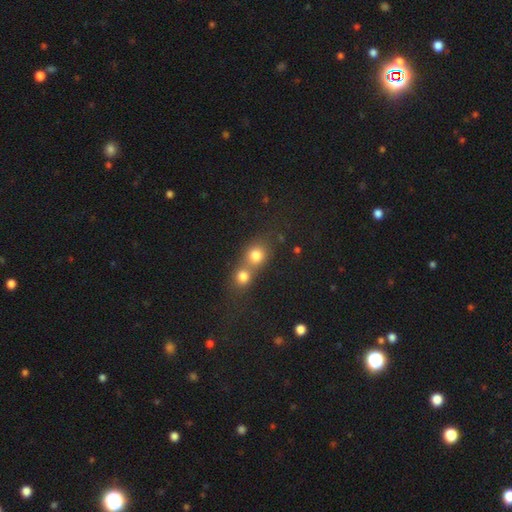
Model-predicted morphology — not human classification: Smooth or featured? Predicted: smooth (p=0.78). How rounded? Predicted: round (p=0.82). Merging? Predicted: merger (p=0.58).